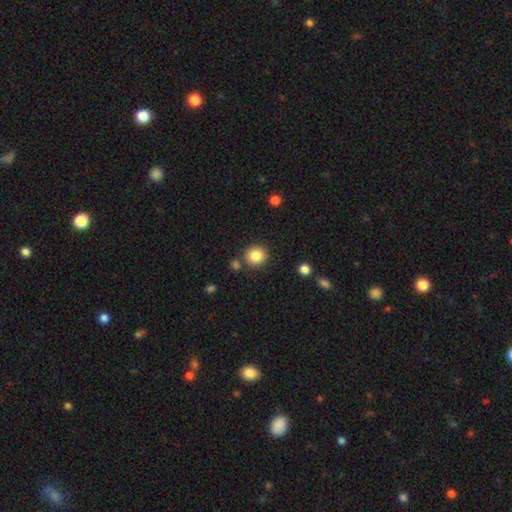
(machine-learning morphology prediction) Smooth or featured: smooth — 85% (star or artifact — 10%)
How rounded: round — 89% (in between — 10%)
Merging: none — 82% (minor disturbance — 8%)